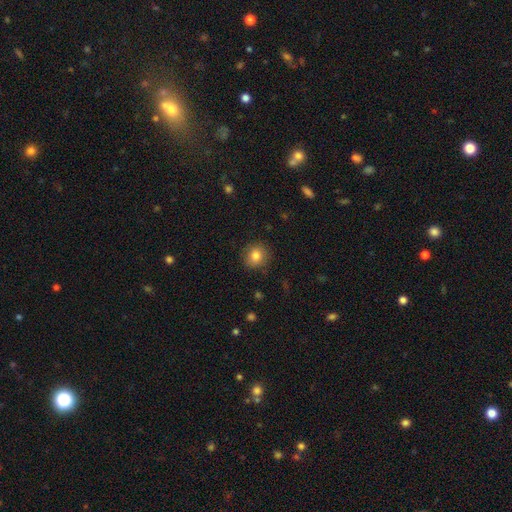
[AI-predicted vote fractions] Smooth or featured? Predicted: smooth (p=0.82). How rounded? Predicted: round (p=0.85). Merging? Predicted: none (p=0.88).